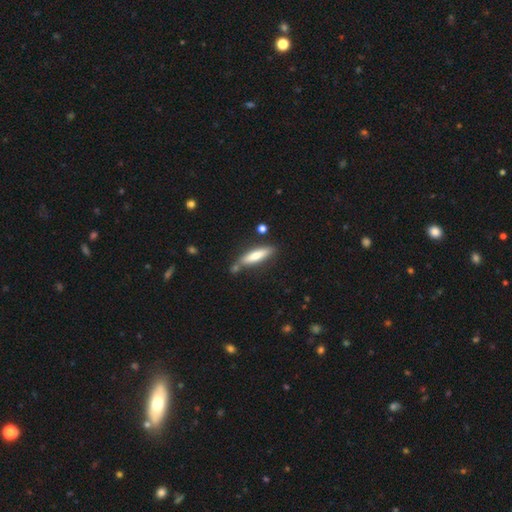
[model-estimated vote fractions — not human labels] A smooth galaxy with no disk features (67%) that is cigar-shaped (75%).

Vote fractions:
- Smooth or featured? smooth: 67% / featured or disk: 27% / star or artifact: 6%
- How rounded? cigar-shaped: 75% / in between: 23% / round: 1%
- Merging? none: 73% / minor disturbance: 15% / merger: 9% / major disturbance: 3%